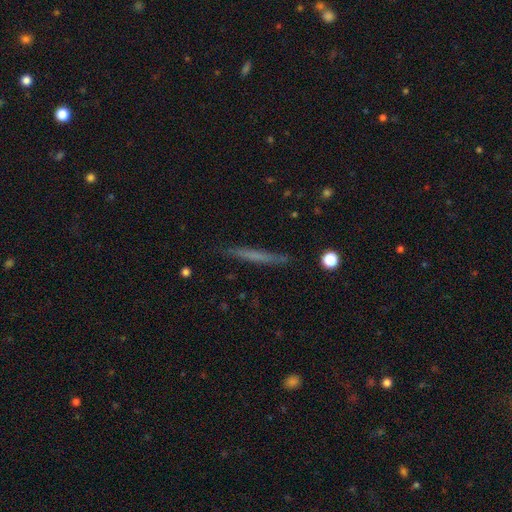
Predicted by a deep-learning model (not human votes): The model was most divided on "smooth or featured": smooth: 52%, featured or disk: 40%, star or artifact: 8%. More confident: how rounded — cigar-shaped (96%); merging — none (88%).